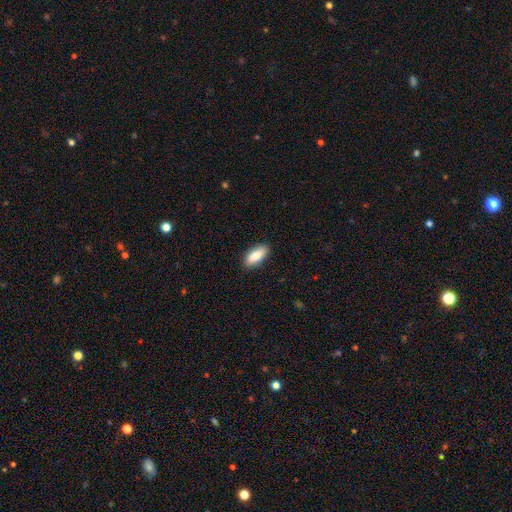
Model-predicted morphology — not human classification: smooth_or_featured: smooth (p=0.84) [alt: featured or disk p=0.10]
how_rounded: in between (p=0.80) [alt: cigar-shaped p=0.18]
merging: none (p=0.88) [alt: minor disturbance p=0.09]